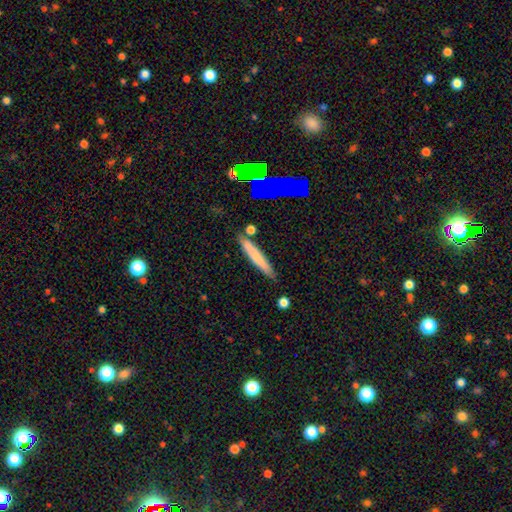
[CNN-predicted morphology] This appears to be a smooth galaxy with no disk features (67%) that is cigar-shaped (93%). Merging: none (83%).